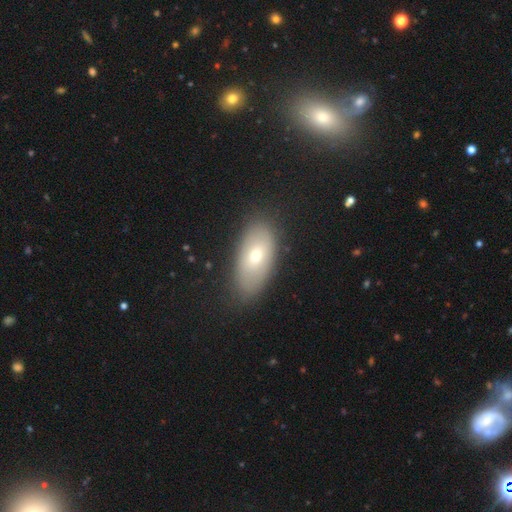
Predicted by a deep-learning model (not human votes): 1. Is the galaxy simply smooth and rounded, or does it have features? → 65% smooth, 27% featured or disk, 8% star or artifact.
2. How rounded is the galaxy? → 91% in between, 5% round, 5% cigar-shaped.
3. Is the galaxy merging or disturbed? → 80% none, 14% minor disturbance, 4% major disturbance, 1% merger.